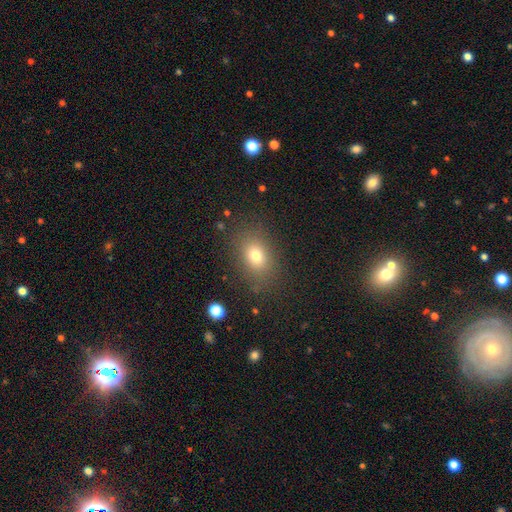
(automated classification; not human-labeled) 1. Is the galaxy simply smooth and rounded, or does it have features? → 75% smooth, 14% star or artifact, 11% featured or disk.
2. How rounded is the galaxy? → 70% in between, 29% round, 1% cigar-shaped.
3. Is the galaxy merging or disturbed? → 83% none, 10% minor disturbance, 5% major disturbance, 1% merger.